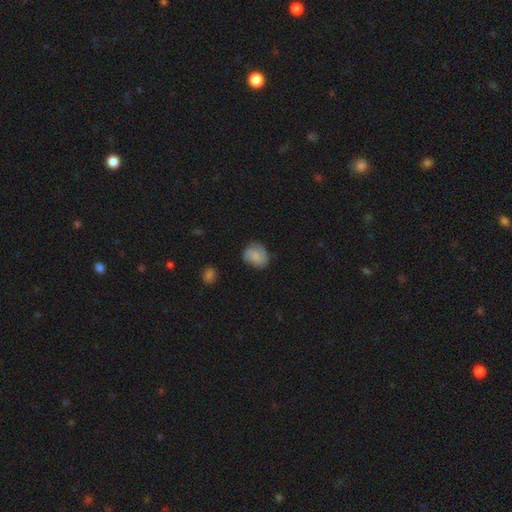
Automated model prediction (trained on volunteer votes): Smooth or featured: smooth — 63% (featured or disk — 29%)
How rounded: round — 59% (in between — 40%)
Merging: none — 70% (minor disturbance — 22%)